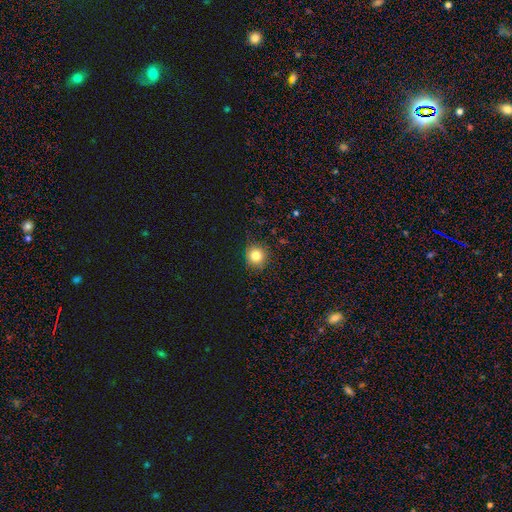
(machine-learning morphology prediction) The model was most divided on "smooth or featured": smooth: 81%, star or artifact: 12%, featured or disk: 7%. More confident: how rounded — round (92%); merging — none (87%).